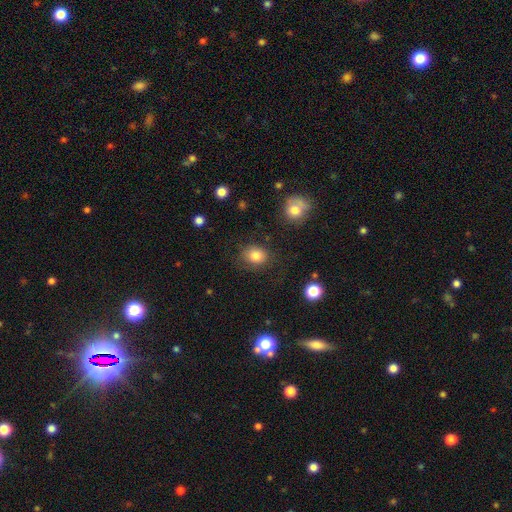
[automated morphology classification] Smooth or featured?
  - smooth: 82% *
  - star or artifact: 11%
  - featured or disk: 7%
How rounded?
  - round: 56% *
  - in between: 43%
  - cigar-shaped: 1%
Merging?
  - none: 79% *
  - minor disturbance: 14%
  - major disturbance: 5%
  - merger: 2%